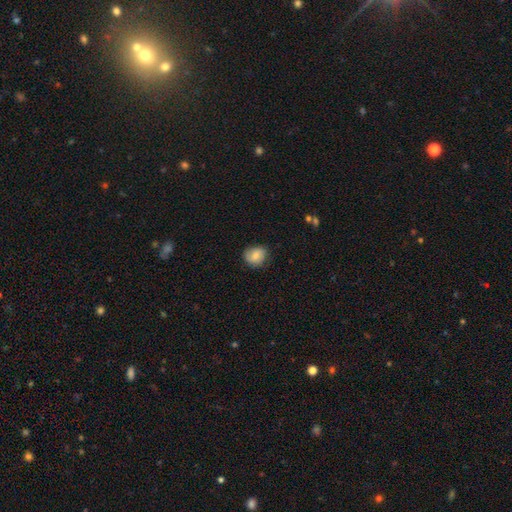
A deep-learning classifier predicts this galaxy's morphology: Overall: smooth (77%). How rounded: round (68%; in between 31%). Merging: none (73%).